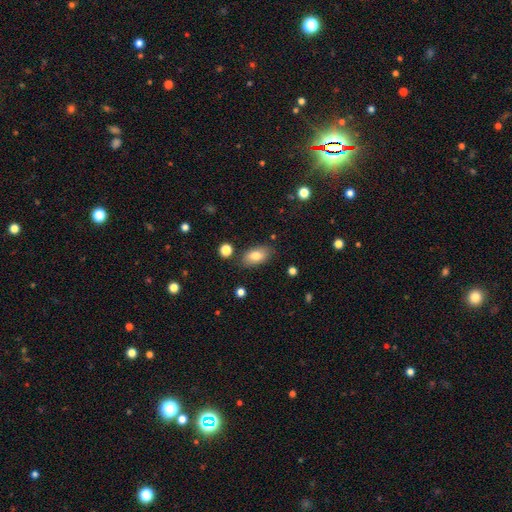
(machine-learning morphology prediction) A smooth galaxy with no disk features (79%) that is in between round and cigar-shaped (91%).

Vote fractions:
- Smooth or featured? smooth: 79% / featured or disk: 13% / star or artifact: 8%
- How rounded? in between: 91% / round: 5% / cigar-shaped: 4%
- Merging? none: 82% / minor disturbance: 12% / major disturbance: 3% / merger: 3%